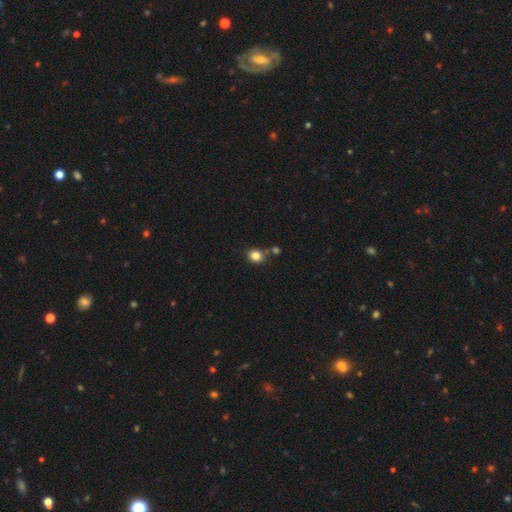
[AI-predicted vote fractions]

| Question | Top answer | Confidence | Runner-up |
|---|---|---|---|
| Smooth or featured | smooth | 83% | star or artifact (11%) |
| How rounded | round | 67% | in between (32%) |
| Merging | none | 70% | merger (14%) |